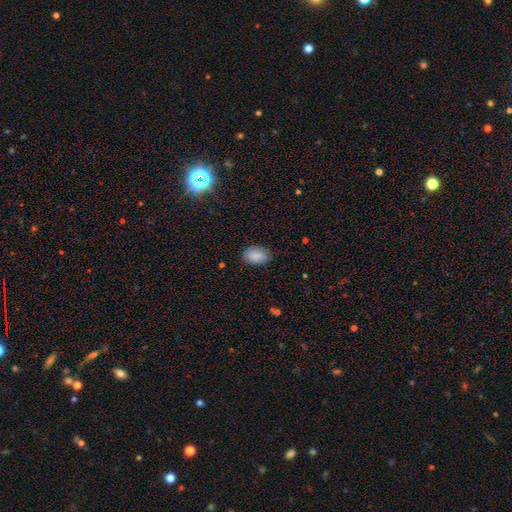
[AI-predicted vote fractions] This is clearly a smooth galaxy (87%). How rounded: clearly in between (86%). Merging: clearly none (82%).